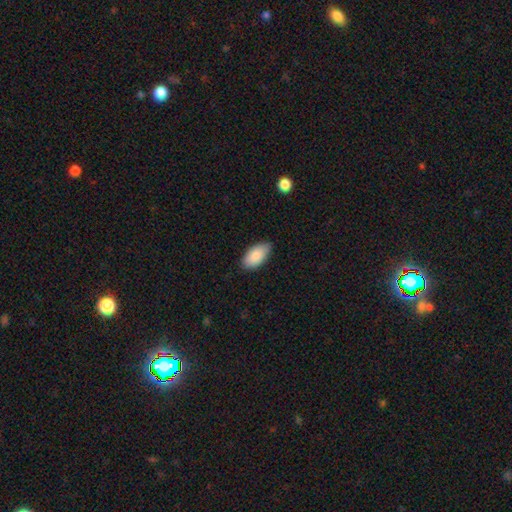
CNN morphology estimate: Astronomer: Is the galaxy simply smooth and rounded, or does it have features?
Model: smooth — 87%.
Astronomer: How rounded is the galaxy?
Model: in between — 95%.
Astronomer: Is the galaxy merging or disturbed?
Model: none — 79%.